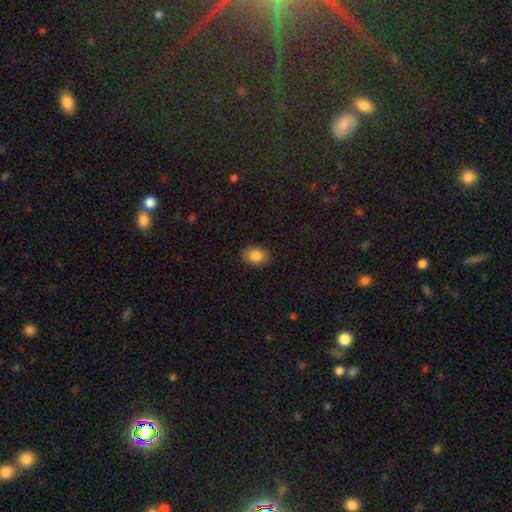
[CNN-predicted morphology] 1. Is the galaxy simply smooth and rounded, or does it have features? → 86% smooth, 8% star or artifact, 5% featured or disk.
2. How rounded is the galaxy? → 70% in between, 29% round, 1% cigar-shaped.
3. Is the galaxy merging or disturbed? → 87% none, 10% minor disturbance, 2% major disturbance, 1% merger.